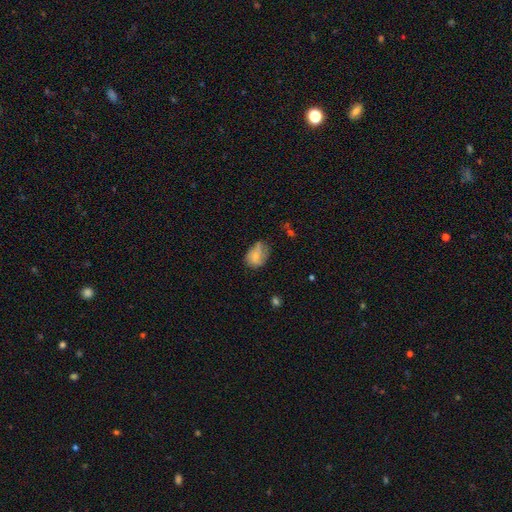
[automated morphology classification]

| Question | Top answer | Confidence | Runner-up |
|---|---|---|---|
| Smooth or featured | smooth | 65% | featured or disk (27%) |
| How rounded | in between | 68% | round (31%) |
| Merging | none | 43% | minor disturbance (39%) |